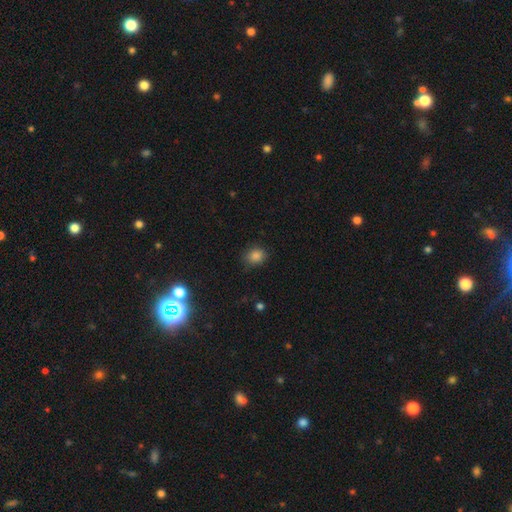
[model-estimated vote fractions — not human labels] Morphology: type=smooth (83%); roundness=round (62%); merging=none (79%).